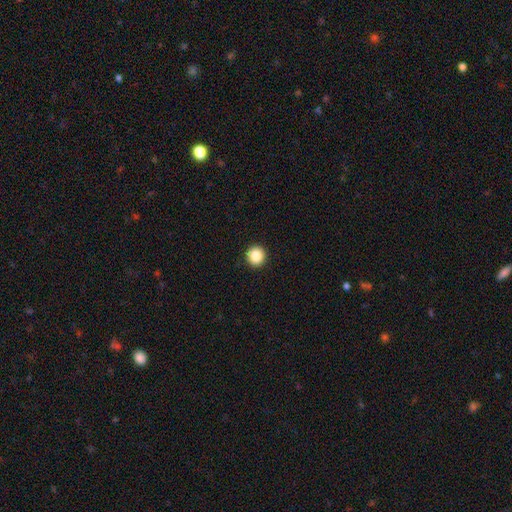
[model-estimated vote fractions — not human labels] Morphology: type=smooth (87%); roundness=round (95%); merging=none (93%).